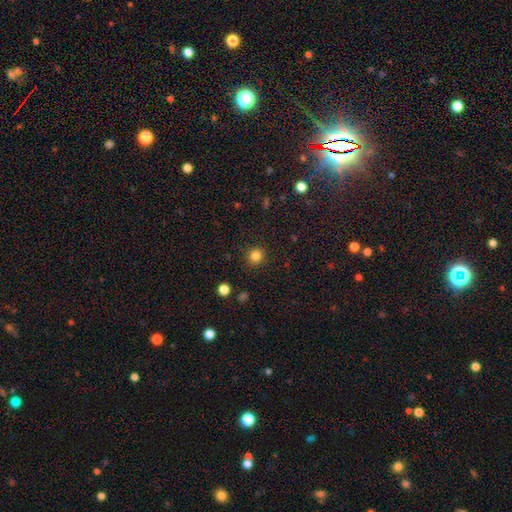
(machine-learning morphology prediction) Smooth or featured? Predicted: smooth (p=0.84). How rounded? Predicted: round (p=0.88). Merging? Predicted: none (p=0.89).